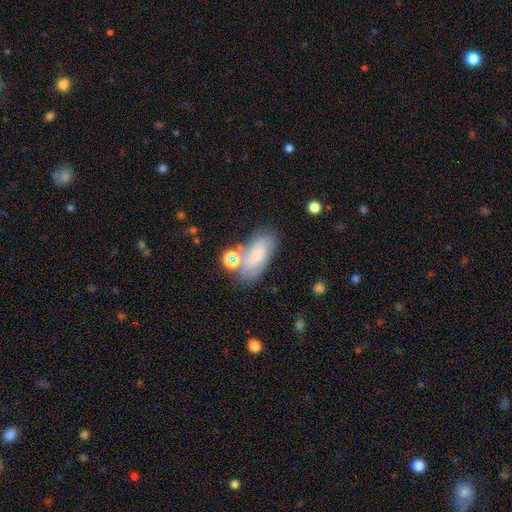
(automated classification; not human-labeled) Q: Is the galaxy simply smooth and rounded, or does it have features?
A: smooth — 57%.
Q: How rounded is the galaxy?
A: in between — 85%.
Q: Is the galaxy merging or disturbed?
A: none — 55%.